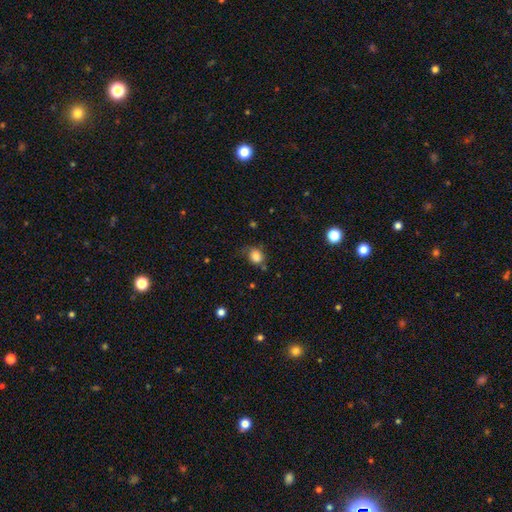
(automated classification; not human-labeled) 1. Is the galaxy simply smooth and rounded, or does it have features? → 80% smooth, 11% star or artifact, 9% featured or disk.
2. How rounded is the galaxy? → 62% round, 37% in between, 1% cigar-shaped.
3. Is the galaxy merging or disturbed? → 52% none, 31% minor disturbance, 13% major disturbance, 5% merger.